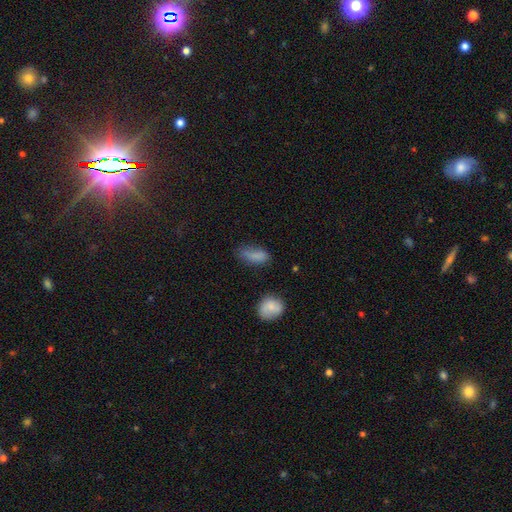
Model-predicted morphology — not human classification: Smooth or featured: smooth — 80% (star or artifact — 10%)
How rounded: in between — 81% (cigar-shaped — 14%)
Merging: none — 45% (minor disturbance — 34%)